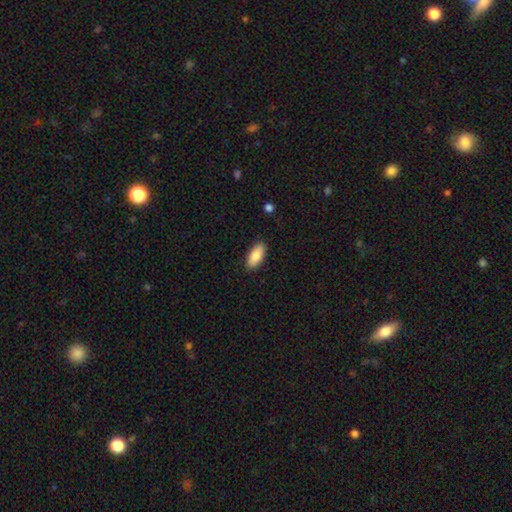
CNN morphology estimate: Smooth or featured?
  - smooth: 88% *
  - featured or disk: 6%
  - star or artifact: 6%
How rounded?
  - in between: 87% *
  - cigar-shaped: 11%
  - round: 2%
Merging?
  - none: 88% *
  - minor disturbance: 9%
  - major disturbance: 2%
  - merger: 1%